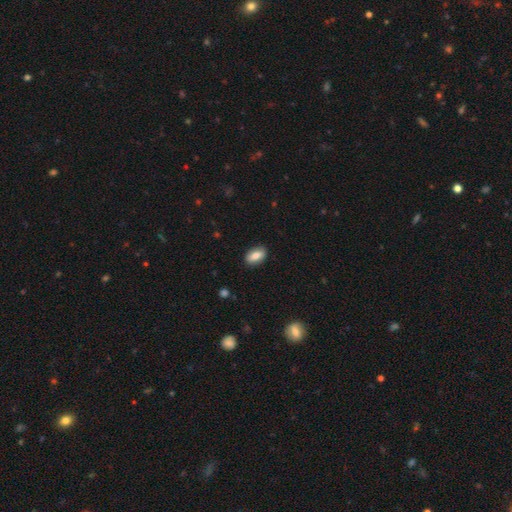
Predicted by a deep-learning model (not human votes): Smooth or featured?
  - smooth: 80% *
  - featured or disk: 13%
  - star or artifact: 7%
How rounded?
  - in between: 89% *
  - cigar-shaped: 5%
  - round: 5%
Merging?
  - none: 87% *
  - minor disturbance: 9%
  - major disturbance: 2%
  - merger: 1%